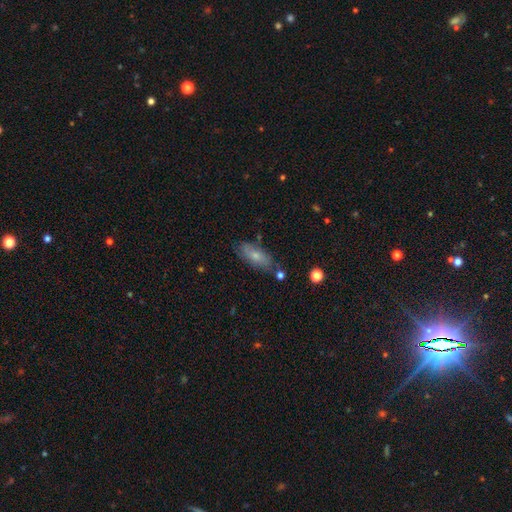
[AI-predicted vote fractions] A smooth galaxy with no disk features (66%) that is in between round and cigar-shaped (77%). Merging: none (71%).